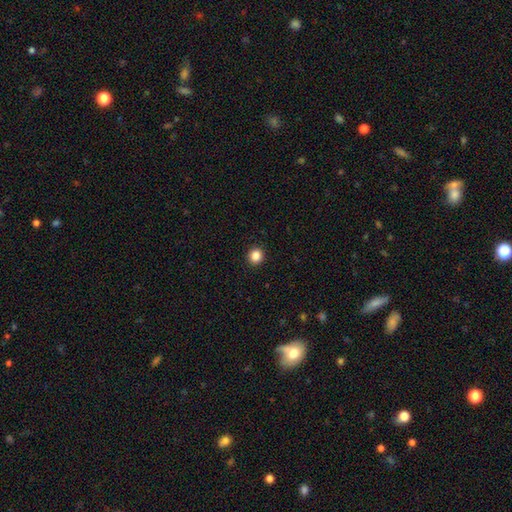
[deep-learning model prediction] Smooth or featured? smooth (85%)
How rounded? round (90%)
Merging? none (93%)